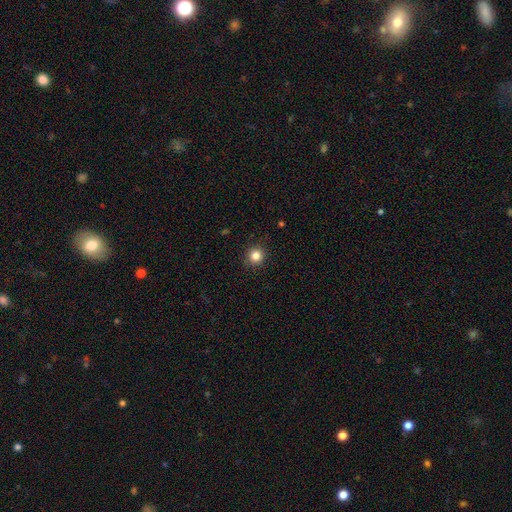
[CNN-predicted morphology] smooth_or_featured: smooth (p=0.83) [alt: star or artifact p=0.12]
how_rounded: round (p=0.93) [alt: in between p=0.06]
merging: none (p=0.91) [alt: minor disturbance p=0.06]